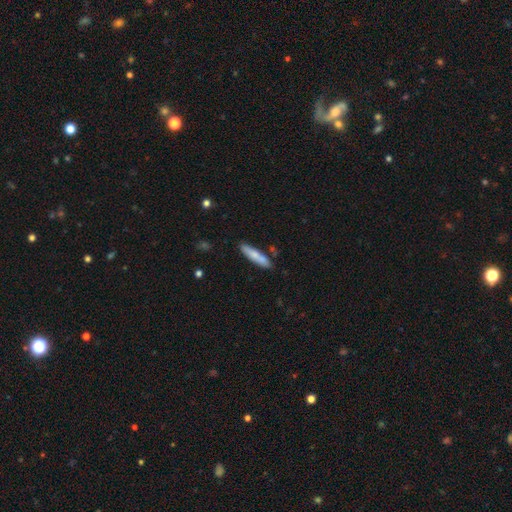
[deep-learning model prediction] Smooth or featured?
  - smooth: 75% *
  - featured or disk: 19%
  - star or artifact: 6%
How rounded?
  - cigar-shaped: 81% *
  - in between: 18%
  - round: 1%
Merging?
  - none: 81% *
  - minor disturbance: 12%
  - merger: 5%
  - major disturbance: 2%